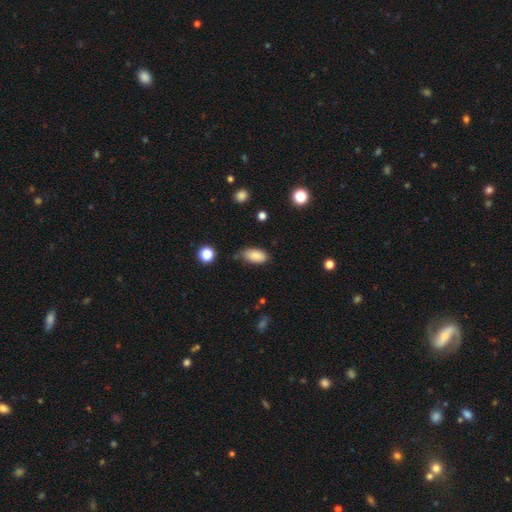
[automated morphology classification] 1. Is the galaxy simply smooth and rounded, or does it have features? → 86% smooth, 8% star or artifact, 6% featured or disk.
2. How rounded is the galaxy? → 92% in between, 4% cigar-shaped, 3% round.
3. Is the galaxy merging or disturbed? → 68% none, 24% minor disturbance, 5% major disturbance, 4% merger.